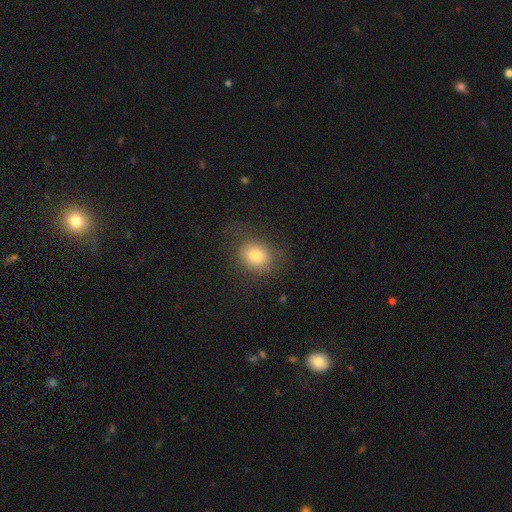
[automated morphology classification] A smooth galaxy with no disk features (80%) that is round (53%). Merging: none (73%).